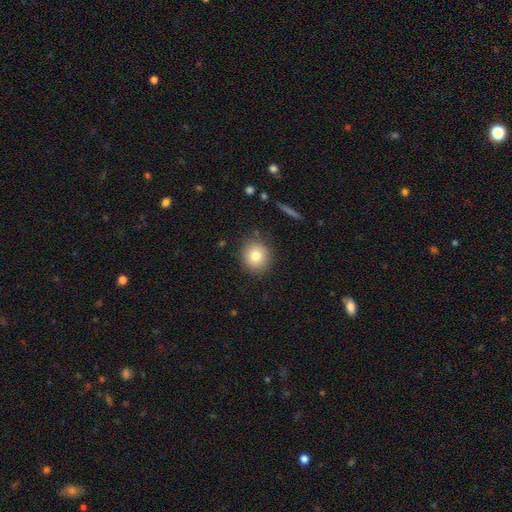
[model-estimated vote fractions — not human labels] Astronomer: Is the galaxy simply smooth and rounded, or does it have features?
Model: smooth — 78%.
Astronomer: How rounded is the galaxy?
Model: round — 89%.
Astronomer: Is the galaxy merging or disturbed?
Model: none — 87%.